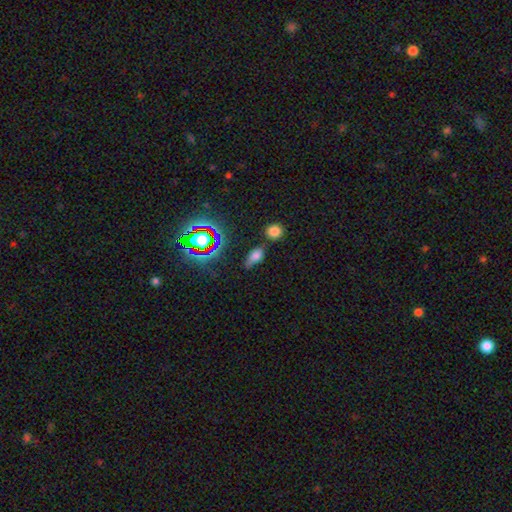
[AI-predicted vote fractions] Smooth or featured? smooth (63%)
How rounded? in between (72%)
Merging? none (56%)